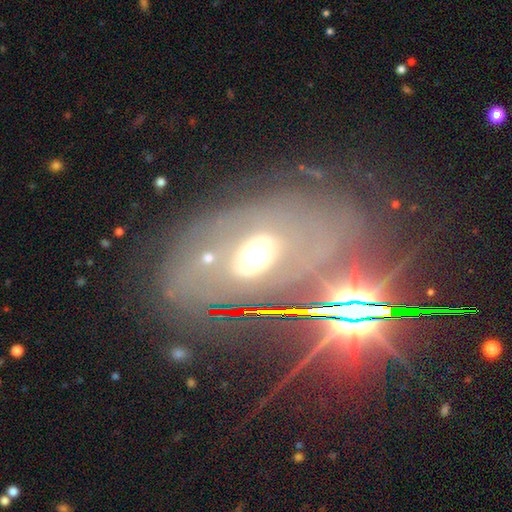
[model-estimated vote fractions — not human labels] The model was most divided on "smooth or featured": featured or disk: 54%, star or artifact: 24%, smooth: 21%. More confident: edge-on disk — no (88%); merging — none (64%).